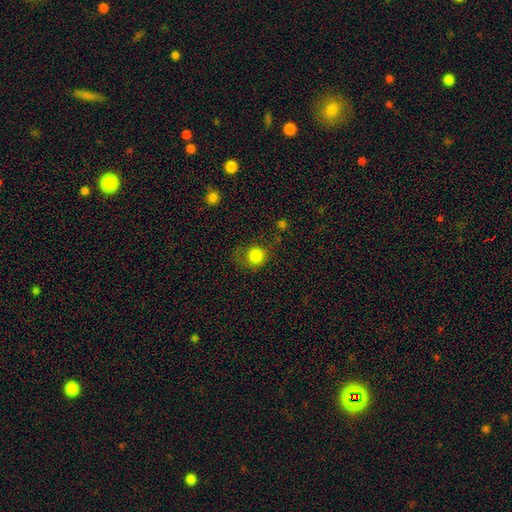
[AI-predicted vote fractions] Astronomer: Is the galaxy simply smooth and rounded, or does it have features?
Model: smooth — 82%.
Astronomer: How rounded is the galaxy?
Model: round — 86%.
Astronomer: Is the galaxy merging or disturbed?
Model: none — 64%.